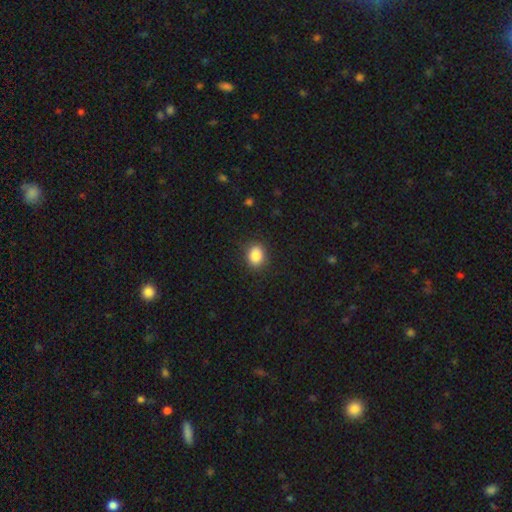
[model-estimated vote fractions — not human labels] smooth-or-featured: smooth: 87% | star or artifact: 9% | featured or disk: 4%
  how-rounded: in between: 55% | round: 44% | cigar-shaped: 1%
  merging: none: 87% | minor disturbance: 9% | major disturbance: 3% | merger: 1%